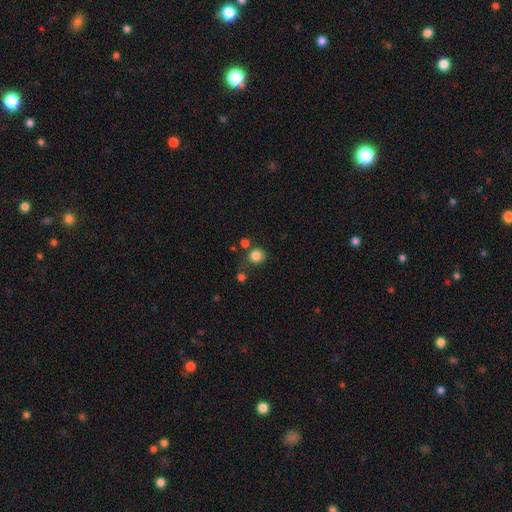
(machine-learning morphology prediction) Overall: smooth (83%). How rounded: round (85%). Merging: none (65%).